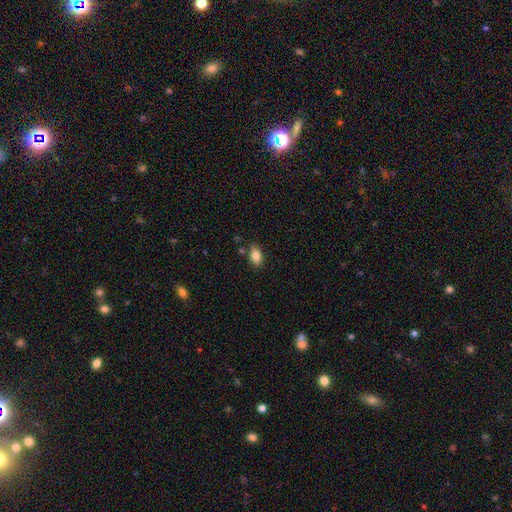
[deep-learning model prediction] This is clearly a smooth galaxy (83%). How rounded: clearly in between (90%). Merging: clearly none (82%).